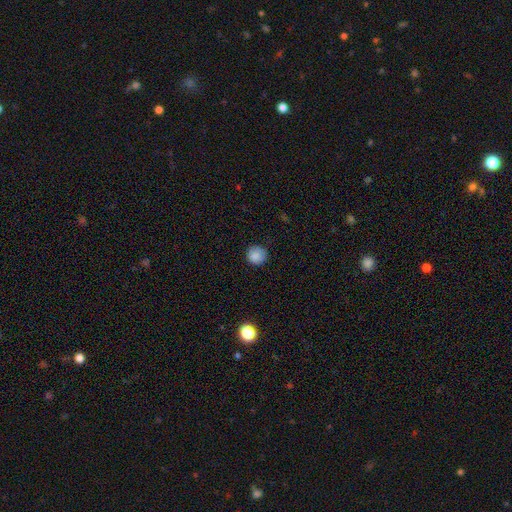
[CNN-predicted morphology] This appears to be a smooth galaxy with no disk features (85%) that is round (92%). Merging: none (83%).